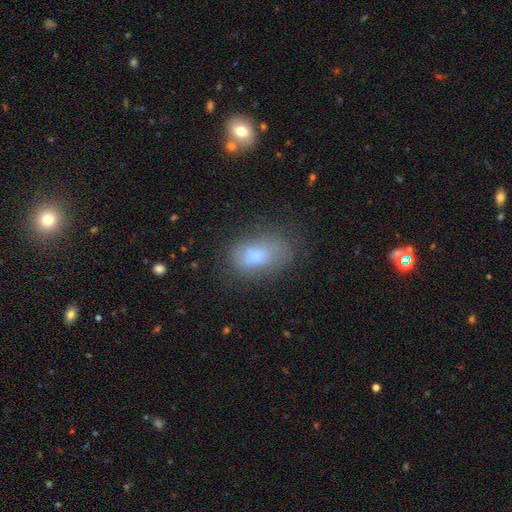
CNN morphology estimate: This is likely a smooth galaxy (70%). How rounded: clearly in between (86%). Merging: possibly none (54%).